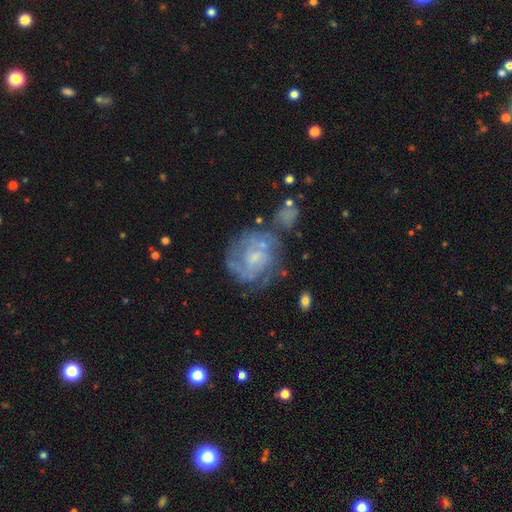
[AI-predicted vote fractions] Smooth or featured: featured or disk — 70% (smooth — 22%)
Edge-on disk: no — 97% (yes — 3%)
Bar: no — 58% (weak — 36%)
Spiral arms: yes — 75% (no — 25%)
Spiral winding: tight — 50% (medium — 35%)
Spiral arm count: can't tell — 45% (2 — 26%)
Bulge size: small — 45% (moderate — 32%)
Merging: none — 47% (minor disturbance — 19%)